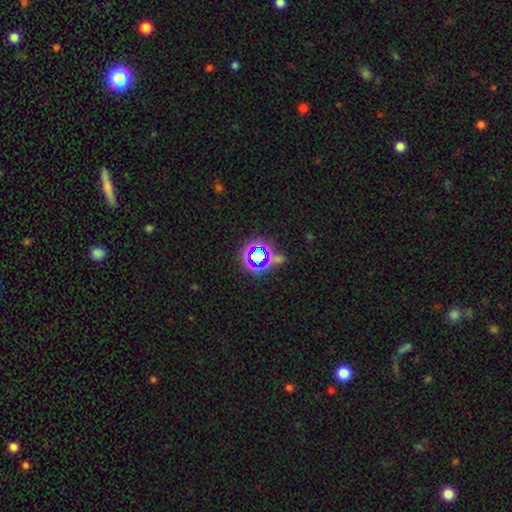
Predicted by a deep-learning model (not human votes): Overall: star or artifact (62%; smooth 25%).